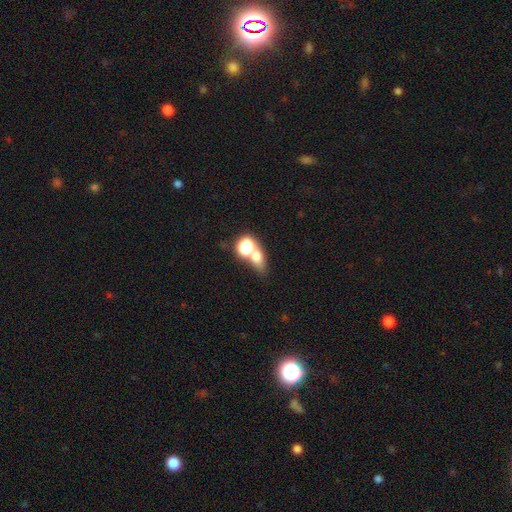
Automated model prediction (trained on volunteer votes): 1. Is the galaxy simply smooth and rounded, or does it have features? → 64% smooth, 19% star or artifact, 17% featured or disk.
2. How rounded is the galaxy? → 47% in between, 46% round, 6% cigar-shaped.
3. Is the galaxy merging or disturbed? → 50% merger, 36% none, 8% minor disturbance, 6% major disturbance.